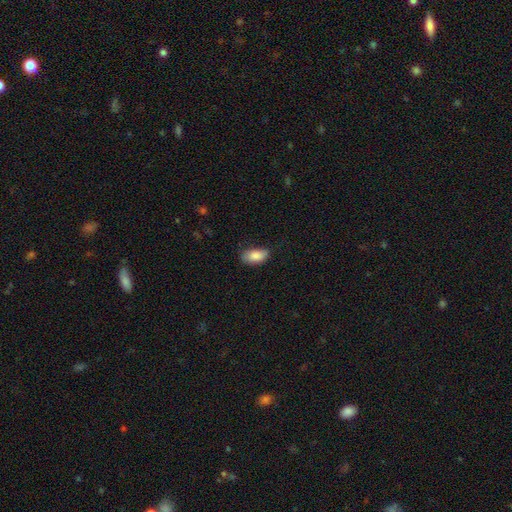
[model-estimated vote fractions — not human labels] Smooth or featured: smooth — 87% (star or artifact — 7%)
How rounded: in between — 92% (cigar-shaped — 4%)
Merging: none — 73% (minor disturbance — 22%)